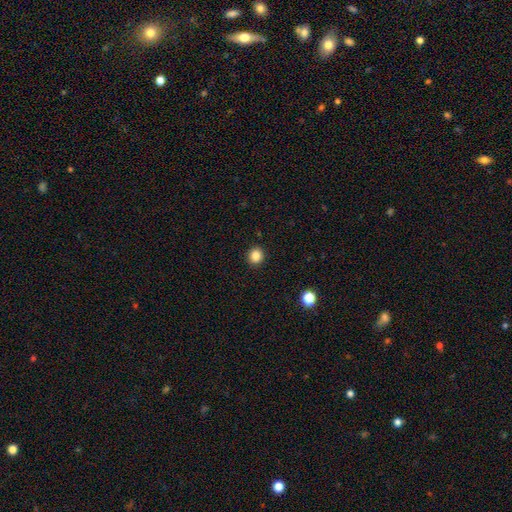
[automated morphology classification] Smooth or featured?
  - smooth: 85% *
  - star or artifact: 11%
  - featured or disk: 4%
How rounded?
  - round: 88% *
  - in between: 11%
  - cigar-shaped: 1%
Merging?
  - none: 93% *
  - minor disturbance: 5%
  - major disturbance: 2%
  - merger: 1%